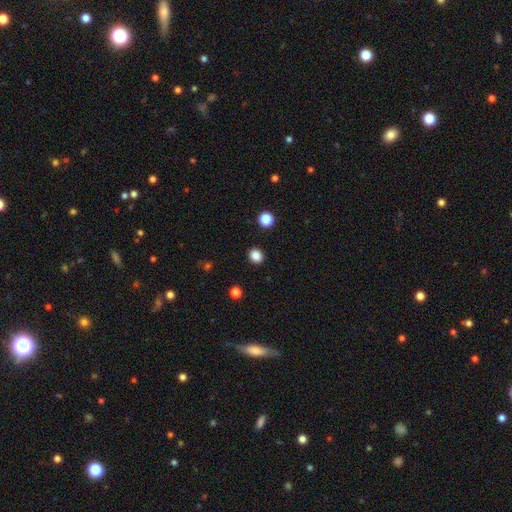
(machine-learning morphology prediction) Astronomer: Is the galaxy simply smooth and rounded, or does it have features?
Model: smooth — 86%.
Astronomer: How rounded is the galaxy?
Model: round — 73%.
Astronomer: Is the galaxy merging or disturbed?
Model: none — 91%.